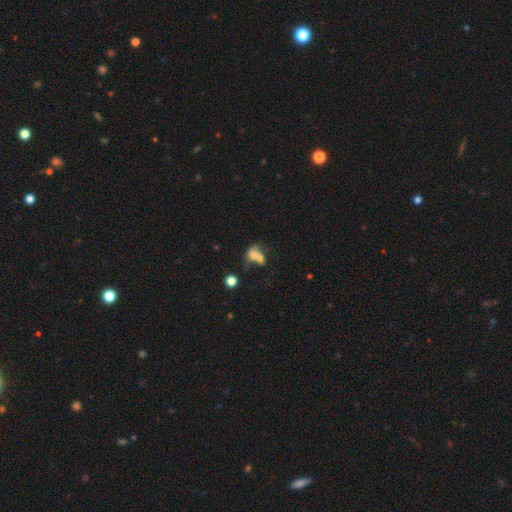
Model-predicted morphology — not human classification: A smooth galaxy with no disk features (60%) that is in between round and cigar-shaped (61%). Merging: merger (59%).